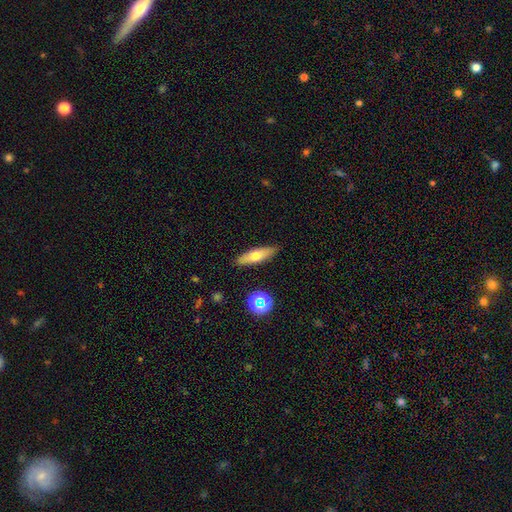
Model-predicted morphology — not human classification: A smooth galaxy with no disk features (61%) that is cigar-shaped (56%). Merging: none (87%).